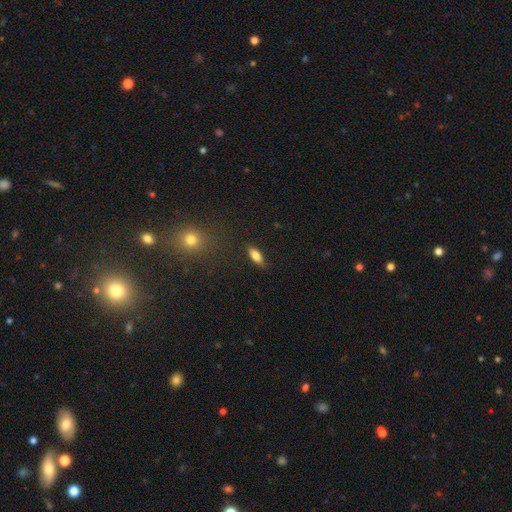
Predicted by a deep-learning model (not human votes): Smooth or featured? smooth (74%)
How rounded? in between (72%)
Merging? none (86%)